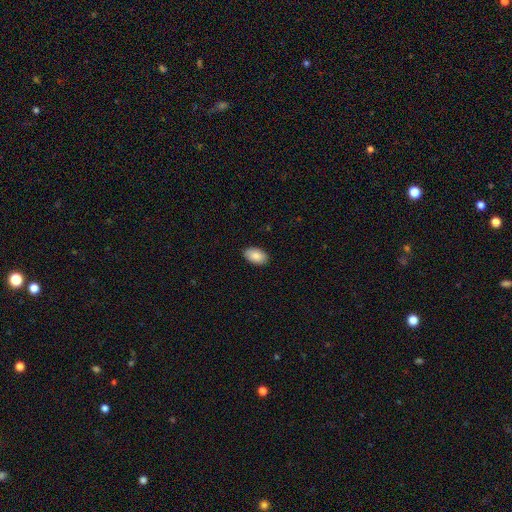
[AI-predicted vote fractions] smooth 87%, featured or disk 6%, star or artifact 6%. Down the decision tree: how rounded — in between (94%); merging — none (89%).